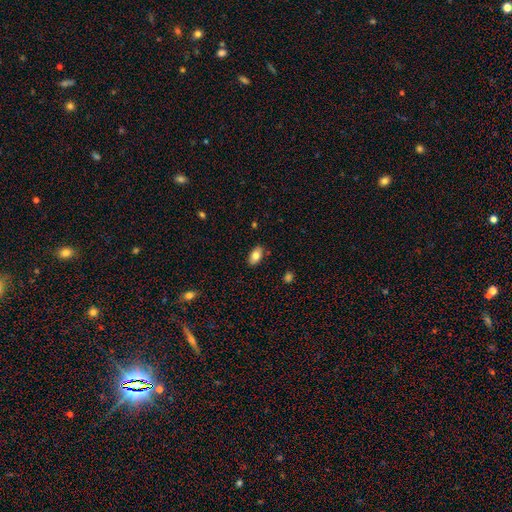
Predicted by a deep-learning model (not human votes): Smooth or featured? Predicted: smooth (p=0.79). How rounded? Predicted: in between (p=0.92). Merging? Predicted: none (p=0.86).